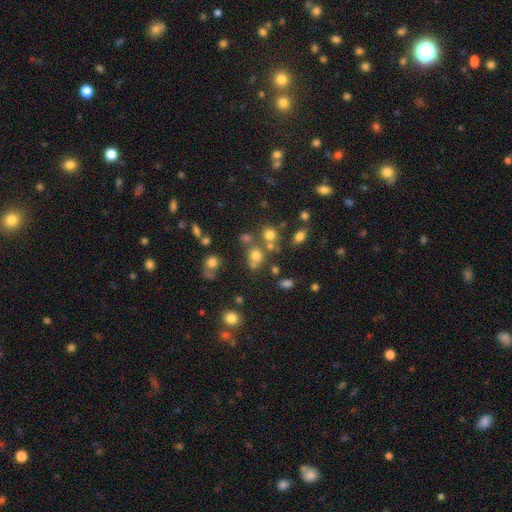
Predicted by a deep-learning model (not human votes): This is likely a smooth galaxy (66%). How rounded: likely round (76%). Merging: possibly none (54%).